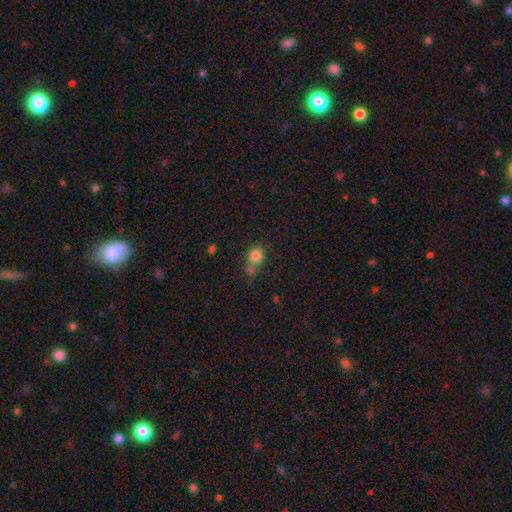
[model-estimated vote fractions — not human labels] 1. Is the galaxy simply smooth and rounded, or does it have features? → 79% smooth, 12% star or artifact, 9% featured or disk.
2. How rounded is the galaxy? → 80% round, 18% in between, 2% cigar-shaped.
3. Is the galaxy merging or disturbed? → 40% none, 35% merger, 16% minor disturbance, 9% major disturbance.